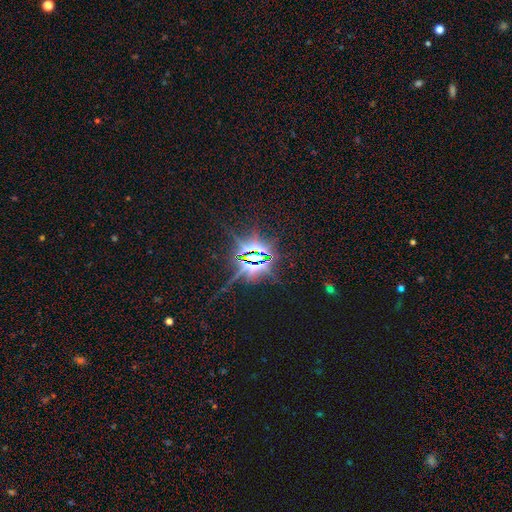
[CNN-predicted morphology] A star or artifact, not a galaxy (85%).

Vote fractions:
- Smooth or featured? star or artifact: 85% / featured or disk: 9% / smooth: 6%